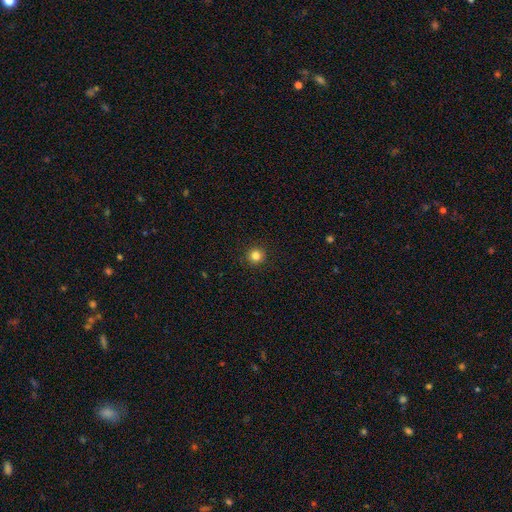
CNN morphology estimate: Q: Smooth or featured?
A: smooth (83%); runner-up: star or artifact (13%)
Q: How rounded?
A: round (95%); runner-up: in between (4%)
Q: Merging?
A: none (93%); runner-up: minor disturbance (5%)